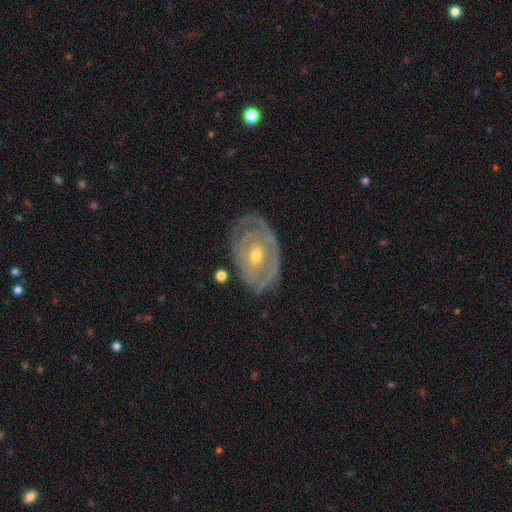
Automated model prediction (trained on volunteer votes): Overall: featured or disk (81%). Edge-on disk: no (95%). Bar: no (57%; weak 32%). Spiral arms: yes (76%). Spiral arm count: can't tell (43%; 2 29%). Spiral winding: tight (73%). Bulge size: moderate (52%; small 44%). Merging: none (70%).